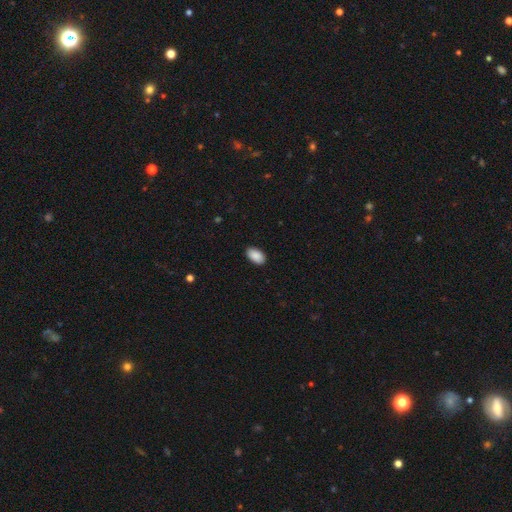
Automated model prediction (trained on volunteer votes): Morphology: type=smooth (90%); roundness=in between (94%); merging=none (88%).